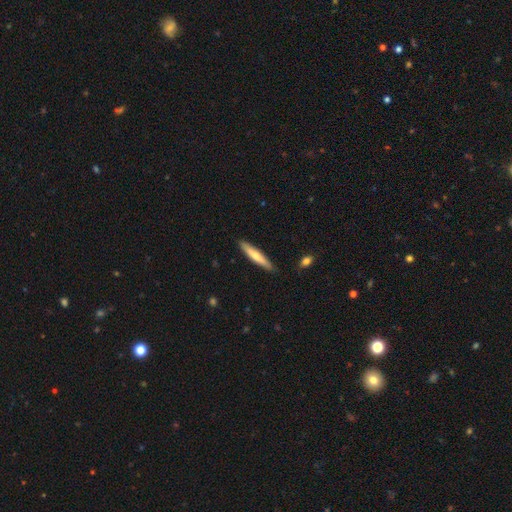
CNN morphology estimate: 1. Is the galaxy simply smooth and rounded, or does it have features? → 55% smooth, 39% featured or disk, 5% star or artifact.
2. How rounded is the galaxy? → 91% cigar-shaped, 8% in between, 1% round.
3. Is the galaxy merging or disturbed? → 89% none, 8% minor disturbance, 1% major disturbance, 1% merger.